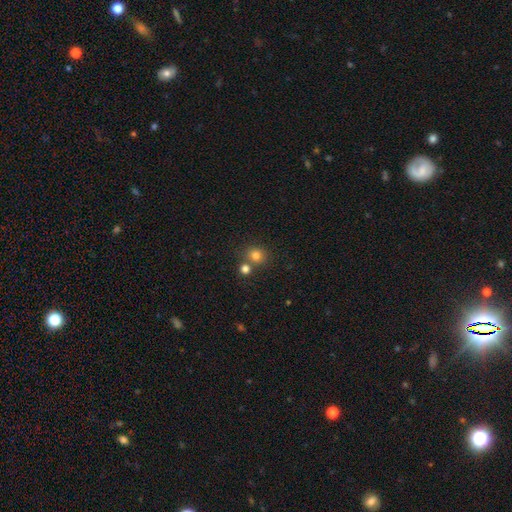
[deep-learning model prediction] Overall: smooth (79%). How rounded: round (85%). Merging: none (65%).